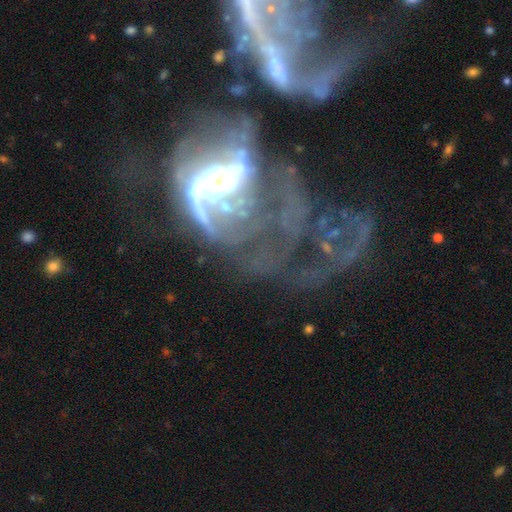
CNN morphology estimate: type=featured or disk (73%); edge-on=no (96%); bar=no (53%); spiral arms=yes (57%); bulge=moderate (40%); merging=merger (50%).